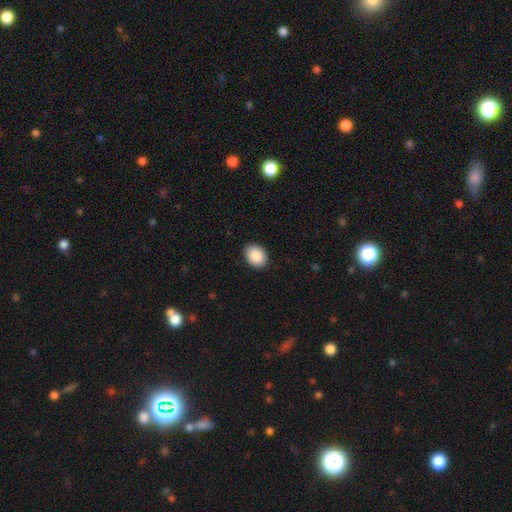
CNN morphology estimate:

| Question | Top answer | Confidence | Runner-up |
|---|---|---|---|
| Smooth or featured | smooth | 91% | star or artifact (7%) |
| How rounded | in between | 68% | round (31%) |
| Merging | none | 90% | minor disturbance (8%) |